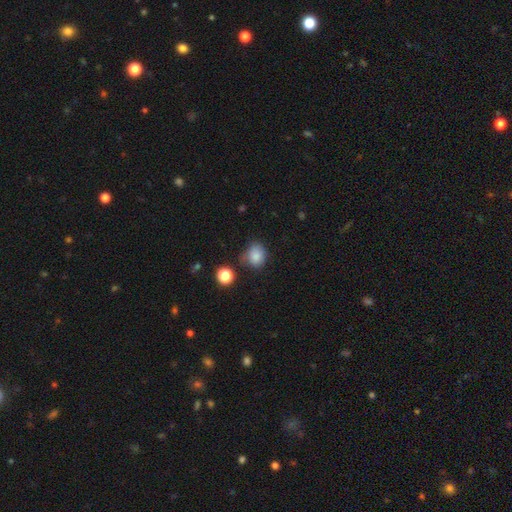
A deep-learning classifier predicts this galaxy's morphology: Smooth or featured?
  - smooth: 84% *
  - star or artifact: 11%
  - featured or disk: 6%
How rounded?
  - round: 62% *
  - in between: 37%
  - cigar-shaped: 1%
Merging?
  - none: 62% *
  - minor disturbance: 26%
  - major disturbance: 7%
  - merger: 6%